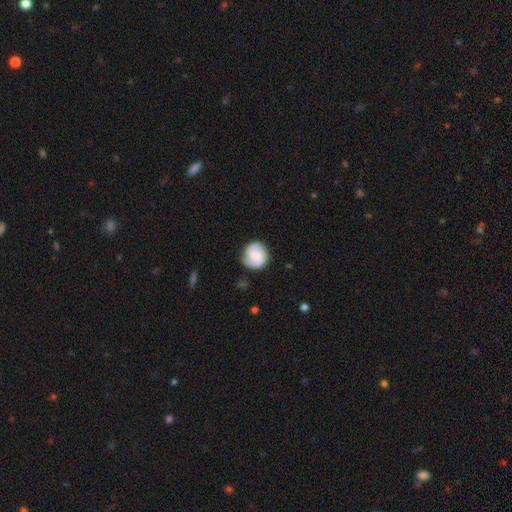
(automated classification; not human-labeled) The model was most divided on "spiral winding" (2-way tie): tight: 42%, medium: 42%, loose: 15%. Remaining: edge-on disk — no (98%); spiral arms — yes (94%); spiral arm count — 2 (79%); merging — none (79%); smooth or featured — featured or disk (69%); bar — no (51%); bulge size — small (46%).